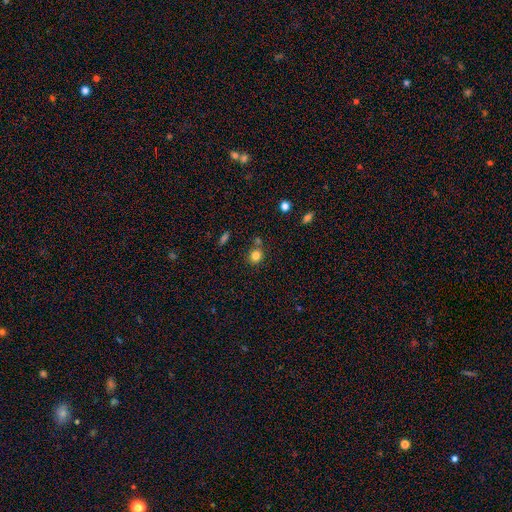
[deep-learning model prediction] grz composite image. It shows a smooth galaxy with no disk features (83%) that is round (81%). Merging: none (71%).